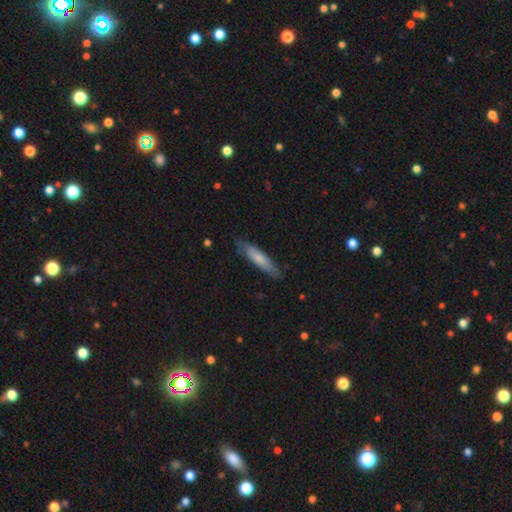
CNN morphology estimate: This appears to be a smooth galaxy with no disk features (60%) that is cigar-shaped (82%). Merging: none (83%).